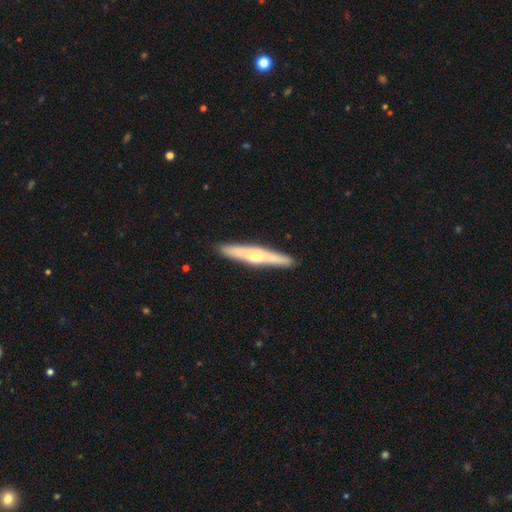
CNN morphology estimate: type=featured or disk (56%); edge-on=yes (93%); edge-on bulge=rounded (82%); merging=none (90%).